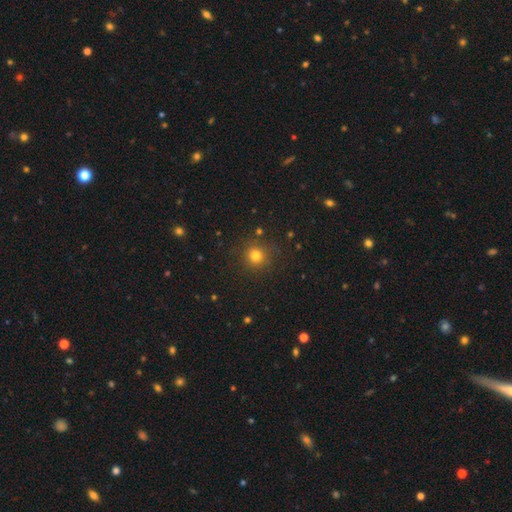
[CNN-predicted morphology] smooth_or_featured: smooth (p=0.78) [alt: star or artifact p=0.16]
how_rounded: round (p=0.93) [alt: in between p=0.06]
merging: none (p=0.87) [alt: minor disturbance p=0.08]